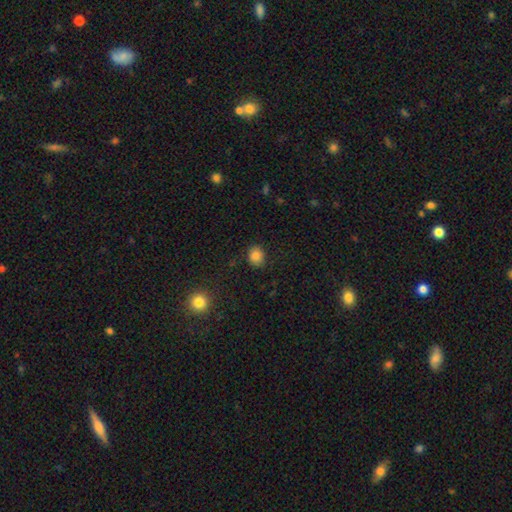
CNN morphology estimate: Overall: smooth (83%). How rounded: round (69%; in between 30%). Merging: none (86%).